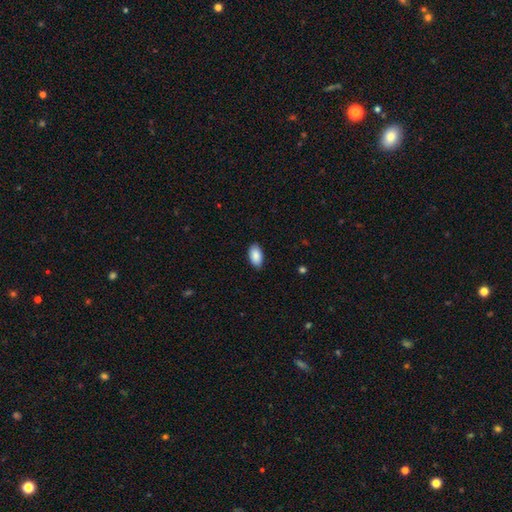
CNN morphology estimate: This is clearly a smooth galaxy (90%). How rounded: clearly in between (95%). Merging: clearly none (88%).